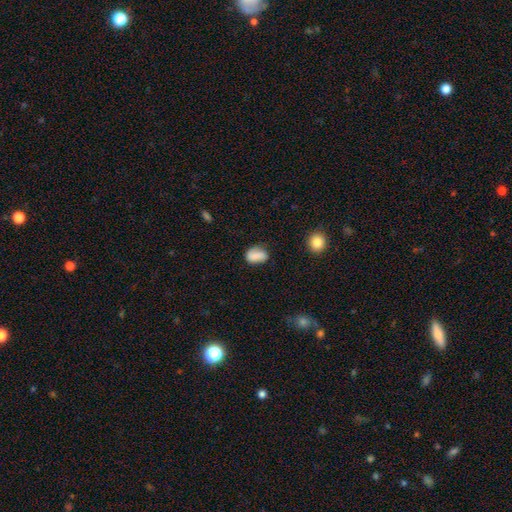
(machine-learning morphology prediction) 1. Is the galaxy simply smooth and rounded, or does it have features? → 75% smooth, 16% featured or disk, 9% star or artifact.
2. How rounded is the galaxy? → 81% in between, 16% round, 3% cigar-shaped.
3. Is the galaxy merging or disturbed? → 66% none, 24% minor disturbance, 7% major disturbance, 3% merger.